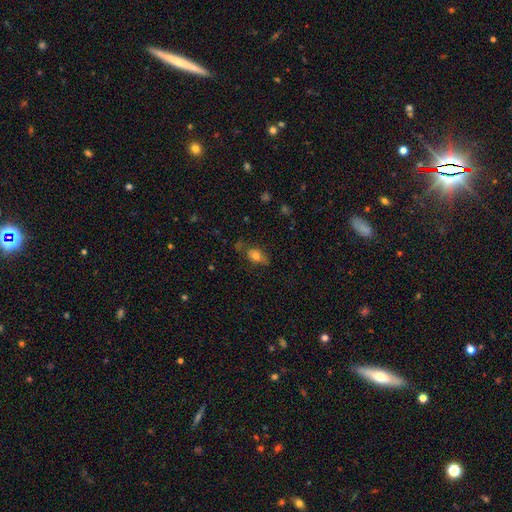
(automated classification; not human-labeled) smooth_or_featured: smooth (p=0.74) [alt: featured or disk p=0.16]
how_rounded: in between (p=0.83) [alt: round p=0.11]
merging: none (p=0.64) [alt: minor disturbance p=0.24]